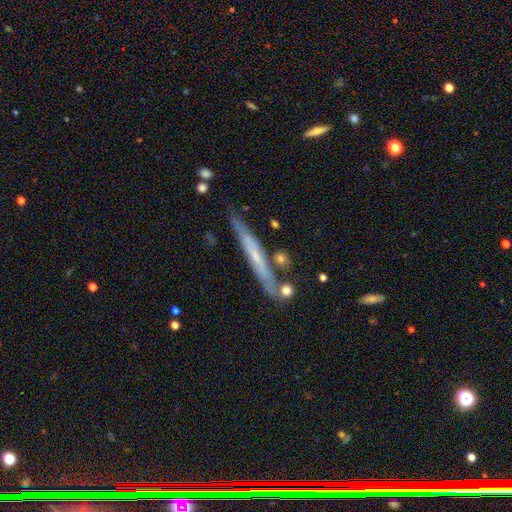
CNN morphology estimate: A featured or disk galaxy (57%) viewed edge-on (91%) with no central bulge (73%).

Vote fractions:
- Smooth or featured? featured or disk: 57% / smooth: 35% / star or artifact: 8%
- Edge-on disk? yes: 91% / no: 9%
- Edge-on bulge? none: 73% / rounded: 21% / boxy: 6%
- Merging? none: 76% / minor disturbance: 15% / merger: 6% / major disturbance: 3%